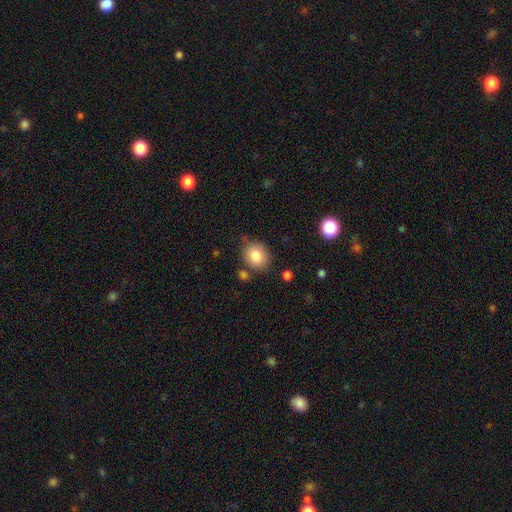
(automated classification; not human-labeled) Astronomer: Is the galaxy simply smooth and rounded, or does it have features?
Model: smooth — 83%.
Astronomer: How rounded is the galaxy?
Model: round — 57% (runner-up: in between, 43%).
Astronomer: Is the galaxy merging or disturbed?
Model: none — 77%.